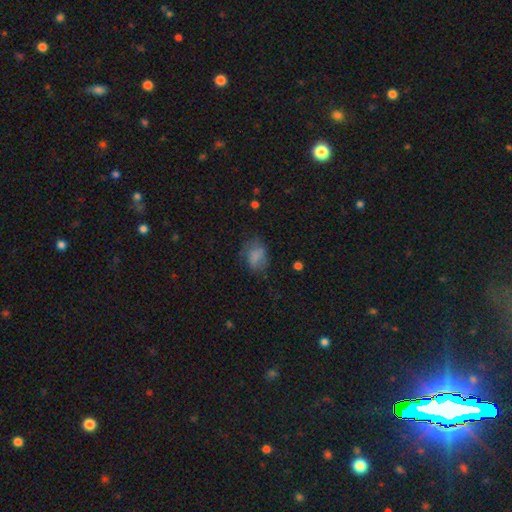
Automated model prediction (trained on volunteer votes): Smooth or featured?
  - smooth: 71% *
  - featured or disk: 18%
  - star or artifact: 12%
How rounded?
  - in between: 69% *
  - round: 30%
  - cigar-shaped: 1%
Merging?
  - none: 50% *
  - minor disturbance: 28%
  - major disturbance: 19%
  - merger: 2%